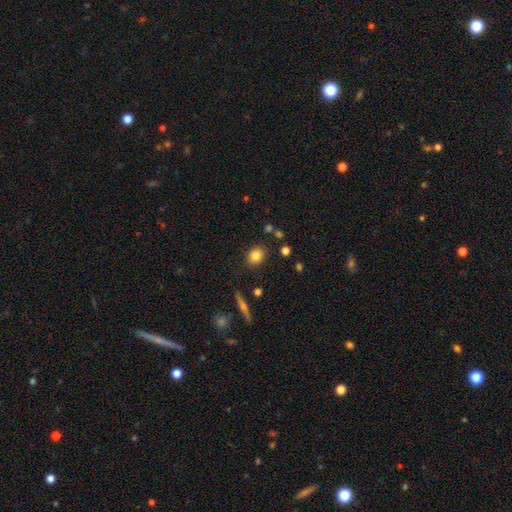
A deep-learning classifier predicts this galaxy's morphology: A smooth galaxy with no disk features (82%) that is round (55%).

Vote fractions:
- Smooth or featured? smooth: 82% / star or artifact: 9% / featured or disk: 8%
- How rounded? round: 55% / in between: 43% / cigar-shaped: 2%
- Merging? none: 85% / minor disturbance: 10% / merger: 3% / major disturbance: 3%